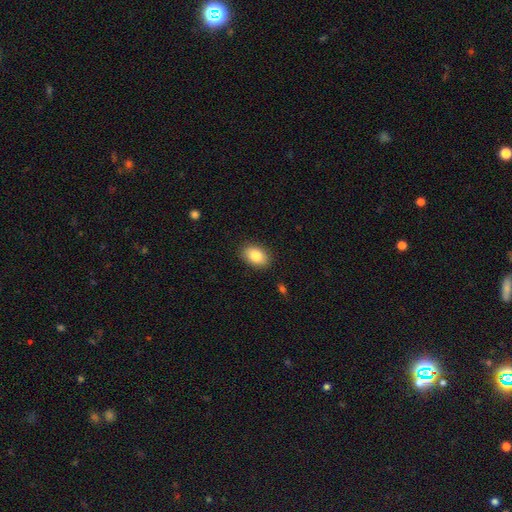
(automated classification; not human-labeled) smooth-or-featured: smooth: 84% | featured or disk: 8% | star or artifact: 7%
  how-rounded: in between: 87% | round: 12% | cigar-shaped: 1%
  merging: none: 88% | minor disturbance: 9% | major disturbance: 2% | merger: 1%